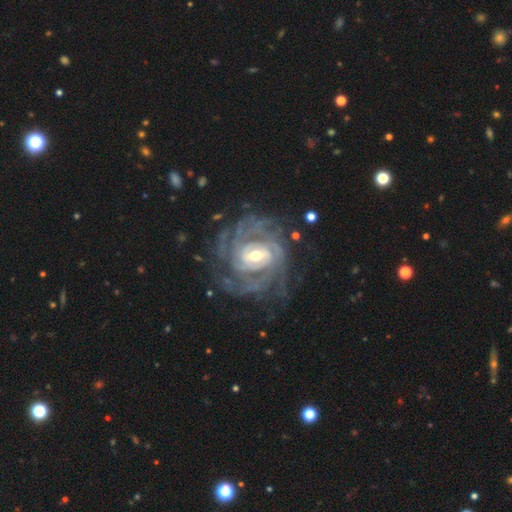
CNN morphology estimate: The model was most divided on "spiral arm count" (2-way tie): 4: 24%, can't tell: 24%, 3: 19%, 2: 14%, more than 4: 12%, 1: 7%. Remaining: spiral arms — yes (98%); edge-on disk — no (97%); smooth or featured — featured or disk (92%); spiral winding — tight (73%); merging — none (72%); bulge size — moderate (59%); bar — weak (46%).